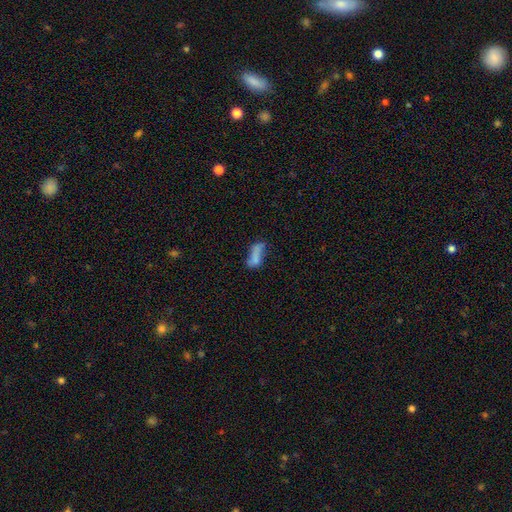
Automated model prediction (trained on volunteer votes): smooth-or-featured: smooth: 63% | featured or disk: 25% | star or artifact: 12%
  how-rounded: in between: 77% | cigar-shaped: 19% | round: 4%
  merging: none: 30% | major disturbance: 27% | minor disturbance: 25% | merger: 18%